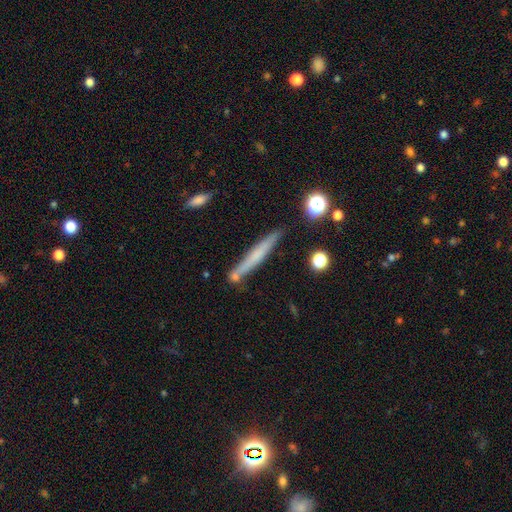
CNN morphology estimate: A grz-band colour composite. It shows a smooth galaxy with no disk features (48%). Merging: none (78%).